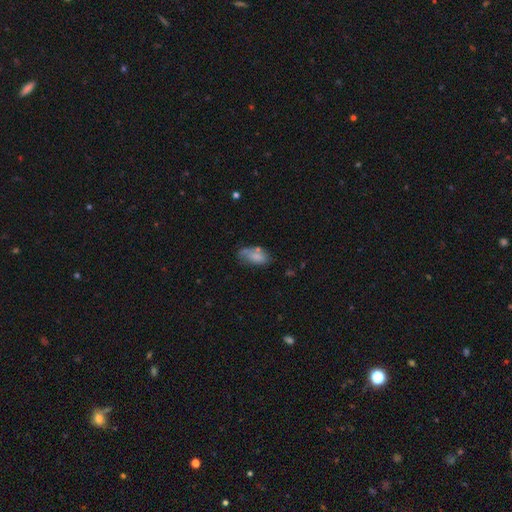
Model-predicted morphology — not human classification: type=smooth (71%); roundness=in between (90%); merging=none (45%).